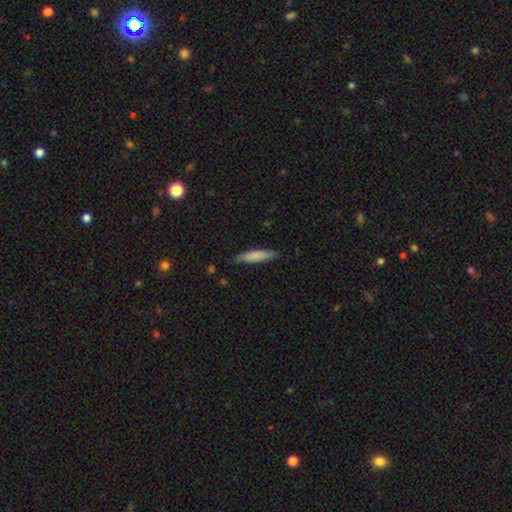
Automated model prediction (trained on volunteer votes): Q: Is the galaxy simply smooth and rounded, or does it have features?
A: smooth — 79%.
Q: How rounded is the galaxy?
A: cigar-shaped — 82%.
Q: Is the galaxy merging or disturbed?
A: none — 83%.